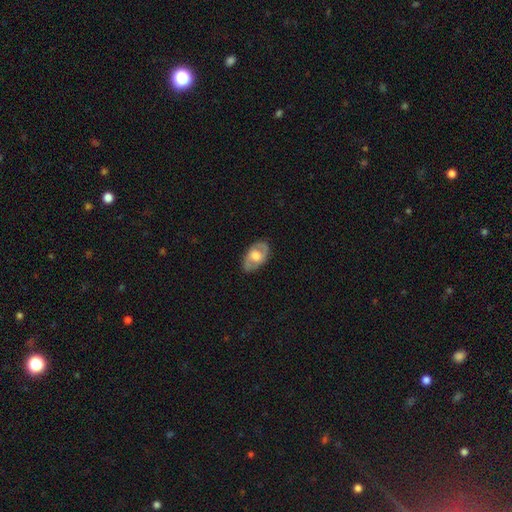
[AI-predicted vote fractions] A featured or disk galaxy (57%) with no bar (62%), spiral arms (59%) and a large central bulge (51%).

Vote fractions:
- Smooth or featured? featured or disk: 57% / smooth: 37% / star or artifact: 6%
- Edge-on disk? no: 90% / yes: 10%
- Bar? no: 62% / weak: 31% / strong: 8%
- Spiral arms? yes: 59% / no: 41%
- Bulge size? large: 51% / moderate: 34% / small: 7% / none: 4% / dominant: 3%
- Merging? none: 81% / minor disturbance: 14% / major disturbance: 4% / merger: 1%